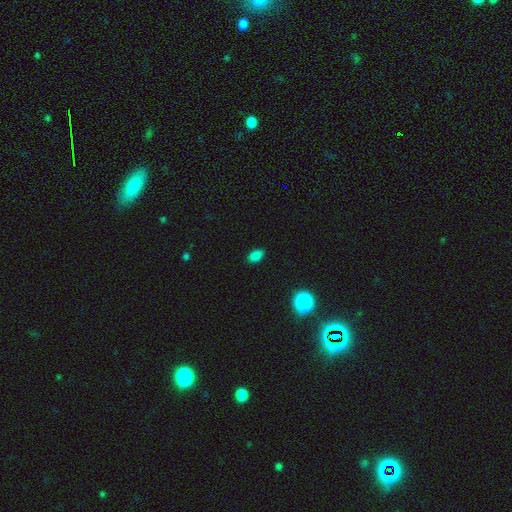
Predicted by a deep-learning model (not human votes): Overall: smooth (82%). How rounded: in between (88%). Merging: none (87%).